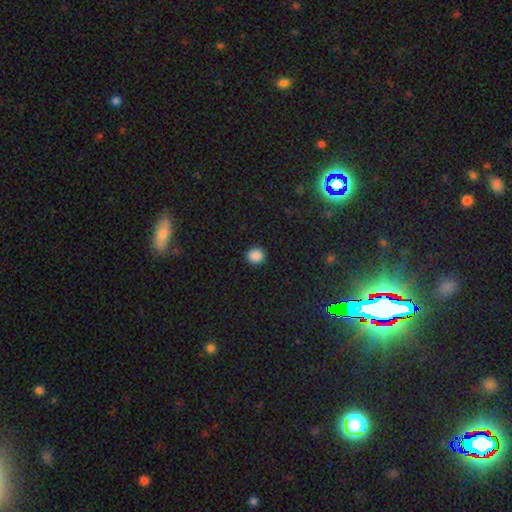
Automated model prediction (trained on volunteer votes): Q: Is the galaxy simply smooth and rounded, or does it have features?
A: smooth — 87%.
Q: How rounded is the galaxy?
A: round — 90%.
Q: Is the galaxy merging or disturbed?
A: none — 92%.